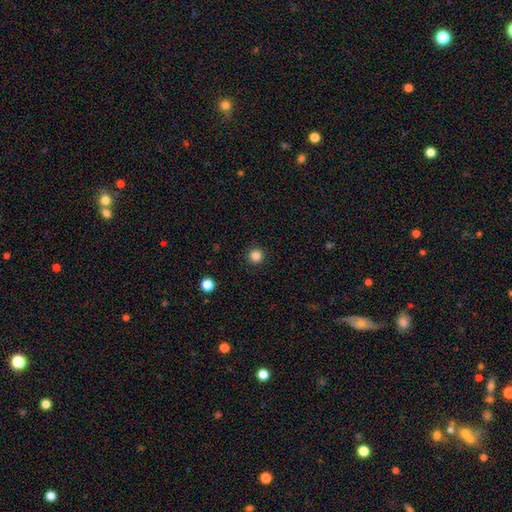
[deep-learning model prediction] Q: Smooth or featured?
A: smooth (84%); runner-up: star or artifact (12%)
Q: How rounded?
A: round (96%); runner-up: in between (3%)
Q: Merging?
A: none (92%); runner-up: minor disturbance (5%)